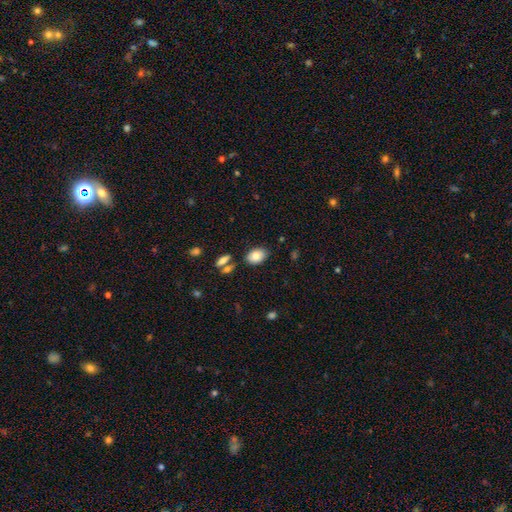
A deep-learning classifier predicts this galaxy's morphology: Q: Smooth or featured?
A: smooth (78%); runner-up: featured or disk (13%)
Q: How rounded?
A: in between (83%); runner-up: round (16%)
Q: Merging?
A: none (78%); runner-up: minor disturbance (13%)